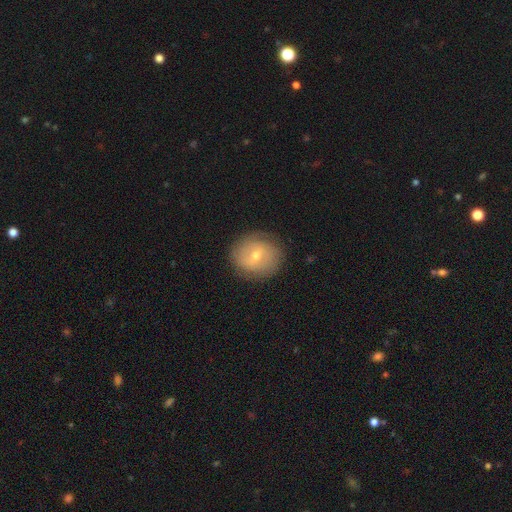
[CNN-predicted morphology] type=featured or disk (51%); edge-on=no (95%); merging=none (83%).